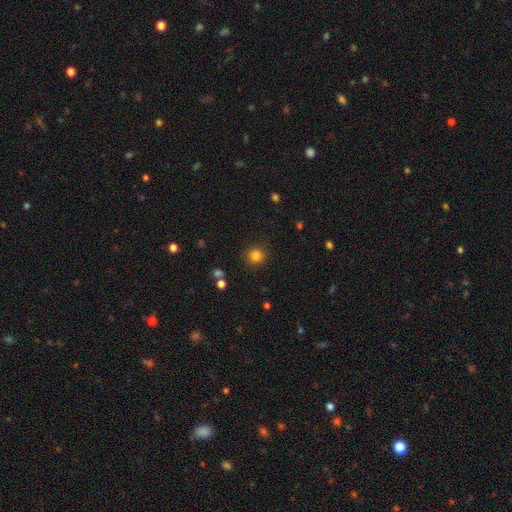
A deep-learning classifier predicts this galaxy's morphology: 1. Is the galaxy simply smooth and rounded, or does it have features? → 83% smooth, 13% star or artifact, 5% featured or disk.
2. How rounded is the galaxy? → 92% round, 7% in between, 1% cigar-shaped.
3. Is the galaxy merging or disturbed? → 88% none, 7% minor disturbance, 3% major disturbance, 2% merger.